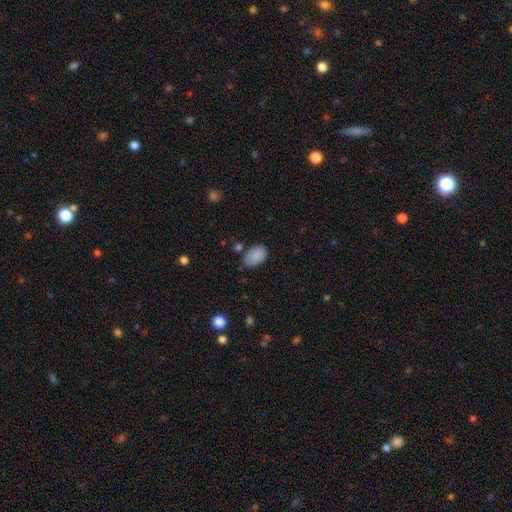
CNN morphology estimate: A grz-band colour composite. It shows a smooth galaxy with no disk features (85%) that is in between round and cigar-shaped (91%). Merging: none (75%).